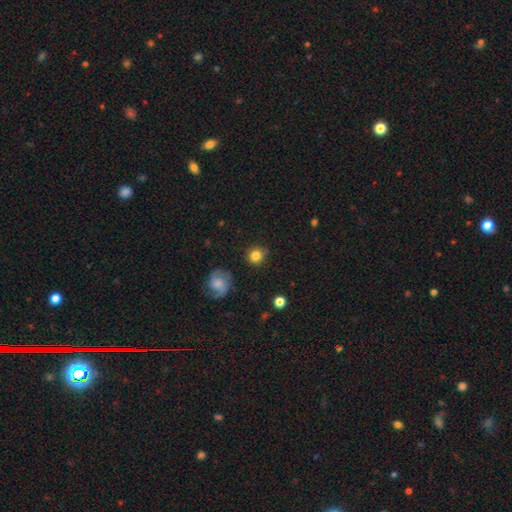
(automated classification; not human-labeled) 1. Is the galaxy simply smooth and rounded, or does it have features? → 82% smooth, 10% star or artifact, 8% featured or disk.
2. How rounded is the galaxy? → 88% round, 11% in between, 1% cigar-shaped.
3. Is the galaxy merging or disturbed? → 84% none, 11% minor disturbance, 3% major disturbance, 2% merger.